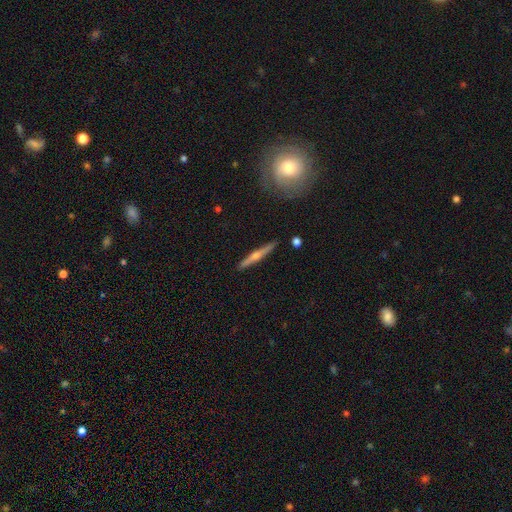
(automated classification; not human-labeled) Q: Smooth or featured?
A: featured or disk (68%); runner-up: smooth (27%)
Q: Edge-on disk?
A: yes (97%); runner-up: no (3%)
Q: Edge-on bulge?
A: rounded (86%); runner-up: none (10%)
Q: Merging?
A: none (89%); runner-up: minor disturbance (7%)